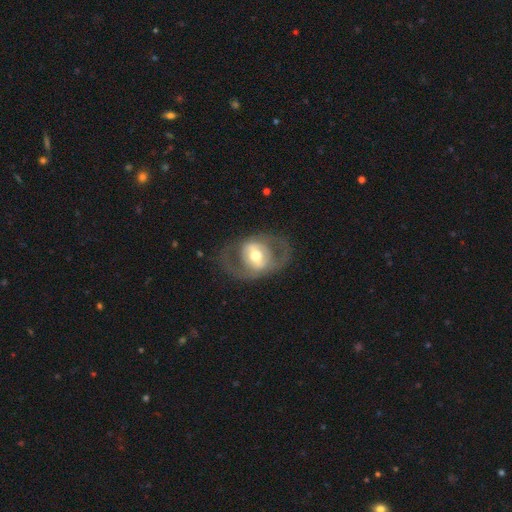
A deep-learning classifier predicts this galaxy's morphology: smooth-or-featured: featured or disk: 68% | smooth: 27% | star or artifact: 6%
  disk-edge-on: no: 93% | yes: 7%
    bar: no: 39% | weak: 31% | strong: 30%
    has-spiral-arms: no: 63% | yes: 37%
    bulge-size: moderate: 66% | large: 20% | small: 11% | dominant: 2% | none: 1%
  merging: none: 68% | major disturbance: 16% | minor disturbance: 14% | merger: 1%